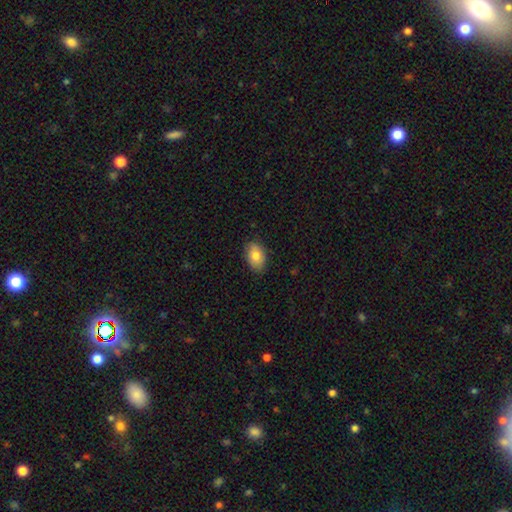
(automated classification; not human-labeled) Overall: smooth (79%). How rounded: in between (87%). Merging: none (84%).